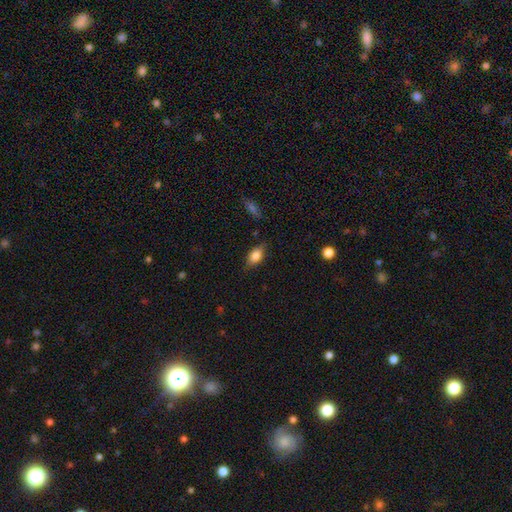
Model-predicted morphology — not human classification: A smooth galaxy with no disk features (78%) that is in between round and cigar-shaped (84%). Merging: none (77%).